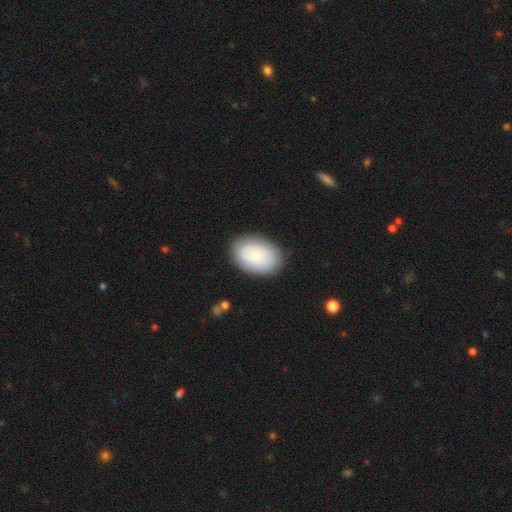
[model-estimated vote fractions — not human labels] Smooth or featured: smooth — 51% (featured or disk — 42%)
How rounded: in between — 80% (round — 19%)
Merging: none — 82% (minor disturbance — 13%)